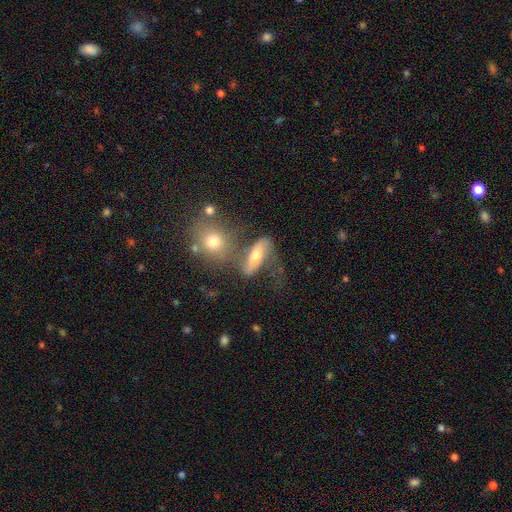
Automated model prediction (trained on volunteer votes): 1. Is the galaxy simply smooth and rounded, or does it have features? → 49% featured or disk, 40% smooth, 11% star or artifact.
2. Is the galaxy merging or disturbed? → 42% none, 26% merger, 17% minor disturbance, 15% major disturbance.